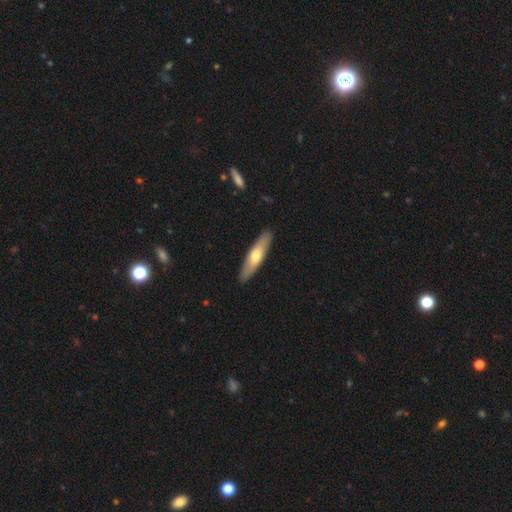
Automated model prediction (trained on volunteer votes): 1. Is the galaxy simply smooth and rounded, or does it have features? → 55% smooth, 40% featured or disk, 5% star or artifact.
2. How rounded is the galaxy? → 76% cigar-shaped, 23% in between, 2% round.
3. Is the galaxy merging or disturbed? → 90% none, 7% minor disturbance, 1% major disturbance, 1% merger.